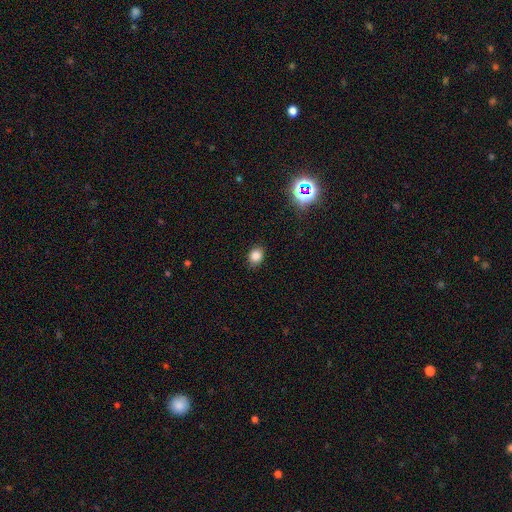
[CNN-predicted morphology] This appears to be a smooth galaxy with no disk features (83%) that is round (51%). Merging: none (87%).